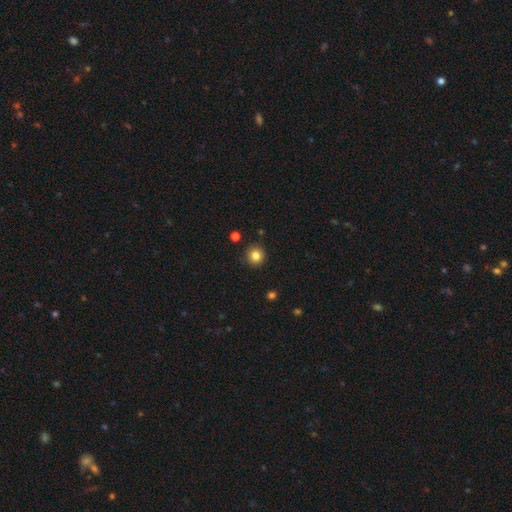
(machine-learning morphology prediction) Smooth or featured? smooth (83%)
How rounded? round (92%)
Merging? none (88%)